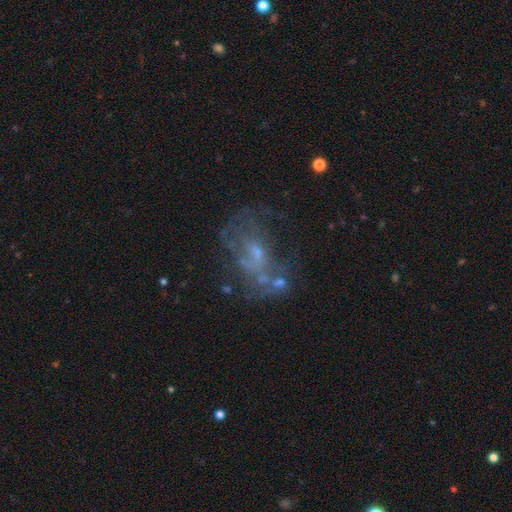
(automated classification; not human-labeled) Smooth or featured? Predicted: featured or disk (p=0.63). Edge-on disk? Predicted: no (p=0.96). Bar? Predicted: no (p=0.67). Spiral arms? Predicted: no (p=0.59). Bulge size? Predicted: small (p=0.54). Merging? Predicted: none (p=0.38).